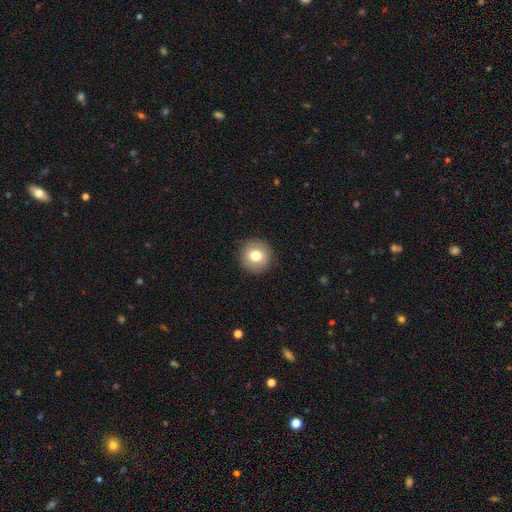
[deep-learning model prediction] smooth 76%, featured or disk 14%, star or artifact 9%. Down the decision tree: how rounded — round (93%); merging — none (91%).